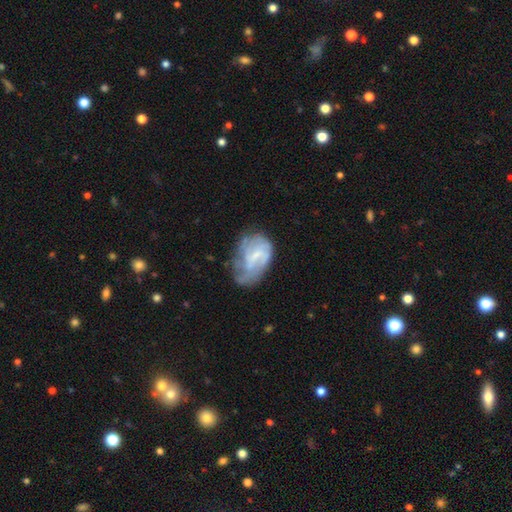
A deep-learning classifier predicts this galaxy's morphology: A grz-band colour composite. It shows a featured or disk galaxy (62%) with a weak bar (51%), spiral arms (68%) and a small central bulge (51%). Merging: none (40%).